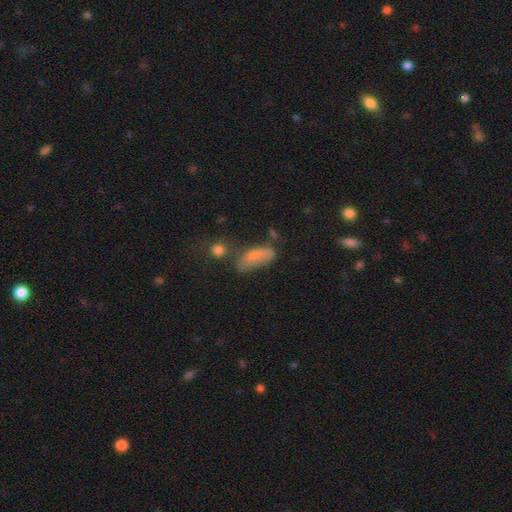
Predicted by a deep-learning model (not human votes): smooth 71%, featured or disk 16%, star or artifact 13%. Down the decision tree: how rounded — in between (76%); merging — none (37%).